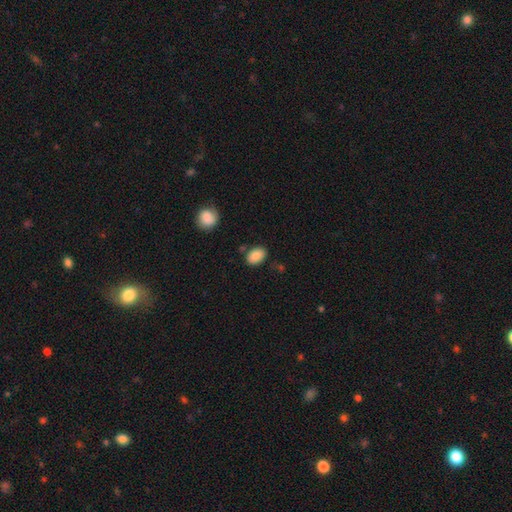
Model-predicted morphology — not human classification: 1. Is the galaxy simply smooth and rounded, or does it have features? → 88% smooth, 8% star or artifact, 4% featured or disk.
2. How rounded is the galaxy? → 81% in between, 18% round, 1% cigar-shaped.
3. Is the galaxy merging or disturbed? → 79% none, 13% minor disturbance, 4% merger, 3% major disturbance.